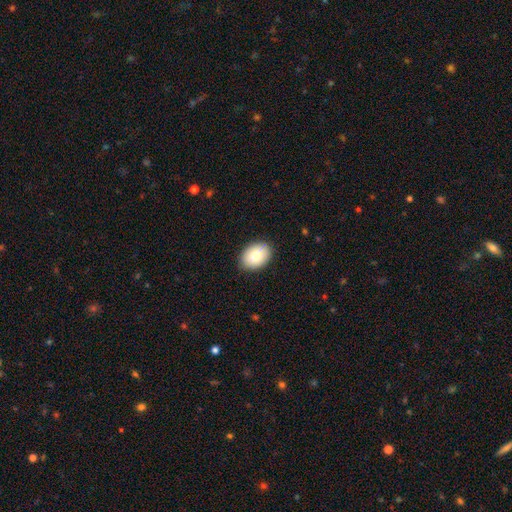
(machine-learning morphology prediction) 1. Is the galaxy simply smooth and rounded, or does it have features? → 81% smooth, 12% featured or disk, 7% star or artifact.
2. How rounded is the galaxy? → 78% in between, 21% round, 1% cigar-shaped.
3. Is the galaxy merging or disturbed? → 87% none, 10% minor disturbance, 2% major disturbance, 1% merger.